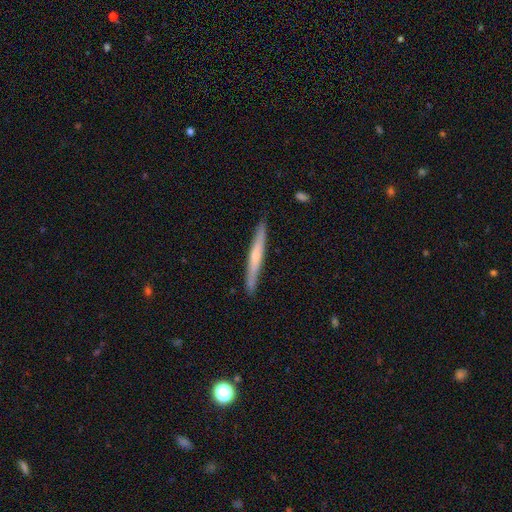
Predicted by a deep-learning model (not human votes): This appears to be a featured or disk galaxy (50%) viewed edge-on (96%). Merging: none (89%).